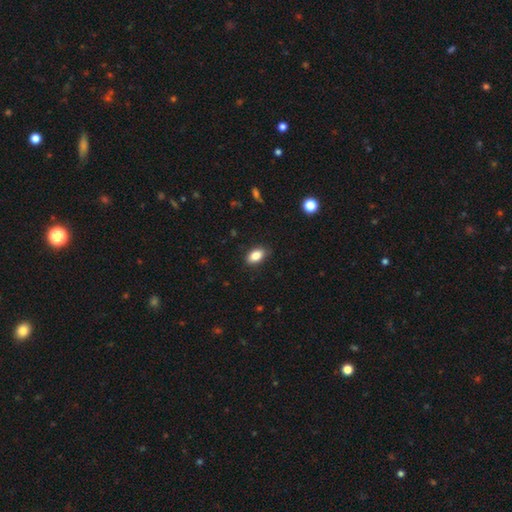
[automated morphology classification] smooth 85%, star or artifact 8%, featured or disk 7%. Down the decision tree: how rounded — in between (90%); merging — none (86%).